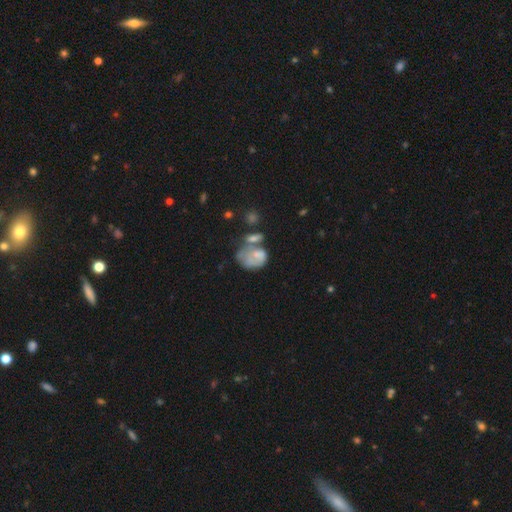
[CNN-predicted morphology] type=smooth (58%); roundness=in between (61%); merging=merger (33%).